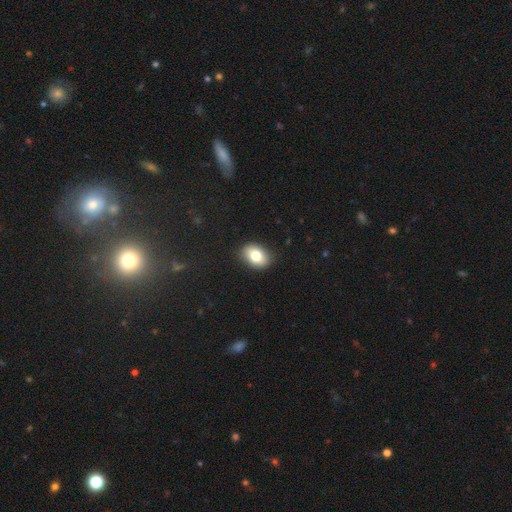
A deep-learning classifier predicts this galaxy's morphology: Q: Smooth or featured?
A: smooth (81%); runner-up: featured or disk (11%)
Q: How rounded?
A: in between (82%); runner-up: round (17%)
Q: Merging?
A: none (87%); runner-up: minor disturbance (10%)